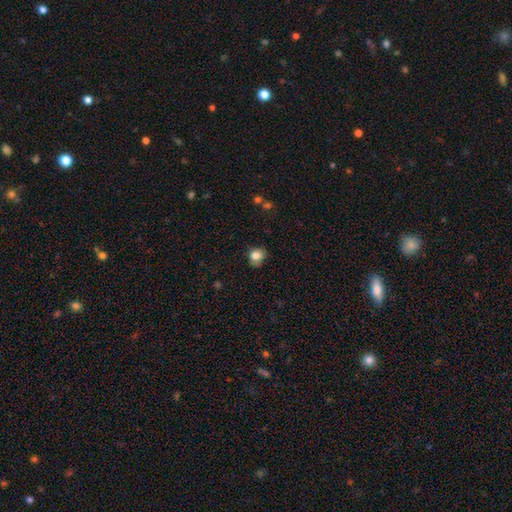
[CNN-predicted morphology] Q: Smooth or featured?
A: smooth (81%); runner-up: star or artifact (10%)
Q: How rounded?
A: round (73%); runner-up: in between (26%)
Q: Merging?
A: none (70%); runner-up: minor disturbance (23%)